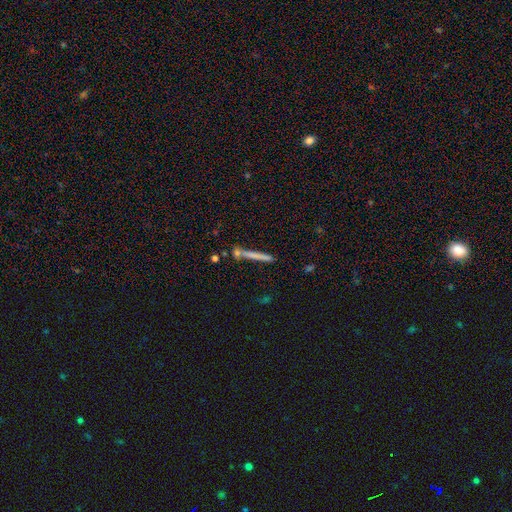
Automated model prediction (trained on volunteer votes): Smooth or featured?
  - smooth: 62% *
  - featured or disk: 29%
  - star or artifact: 8%
How rounded?
  - cigar-shaped: 96% *
  - in between: 3%
  - round: 2%
Merging?
  - none: 75% *
  - minor disturbance: 11%
  - merger: 11%
  - major disturbance: 3%